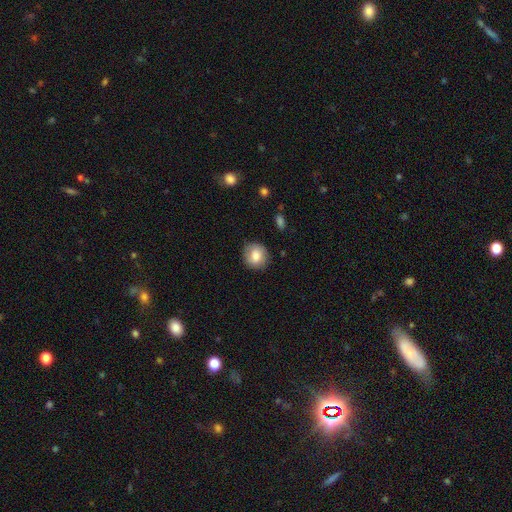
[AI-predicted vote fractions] Q: Smooth or featured?
A: smooth (82%); runner-up: featured or disk (10%)
Q: How rounded?
A: round (80%); runner-up: in between (19%)
Q: Merging?
A: none (83%); runner-up: minor disturbance (13%)